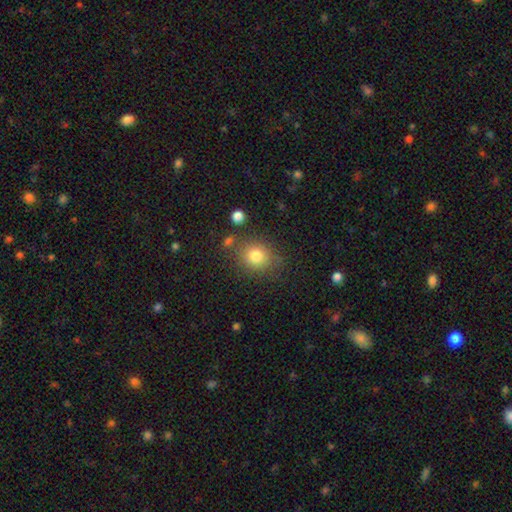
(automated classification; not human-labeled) Smooth or featured? Predicted: smooth (p=0.80). How rounded? Predicted: round (p=0.77). Merging? Predicted: none (p=0.75).